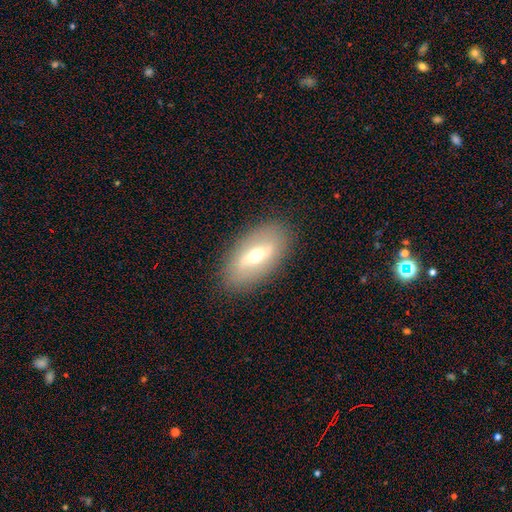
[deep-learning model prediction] Smooth or featured: featured or disk — 52% (smooth — 40%)
Edge-on disk: no — 76% (yes — 24%)
Merging: none — 87% (minor disturbance — 9%)